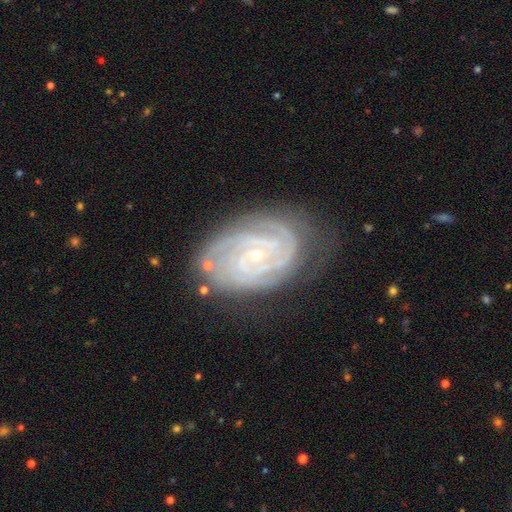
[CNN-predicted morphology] A featured or disk galaxy (89%) with no bar (55%), 3 (27%) tight (79%) spiral arms (98%) and a small central bulge (79%).

Vote fractions:
- Smooth or featured? featured or disk: 89% / star or artifact: 6% / smooth: 5%
- Edge-on disk? no: 97% / yes: 3%
- Bar? no: 55% / weak: 33% / strong: 12%
- Spiral arms? yes: 98% / no: 2%
- Spiral winding? tight: 79% / medium: 19% / loose: 3%
- Spiral arm count? 3: 27% / 2: 21% / 4: 20% / can't tell: 18% / more than 4: 7% / 1: 6%
- Bulge size? small: 79% / moderate: 18% / none: 1% / large: 1% / dominant: 1%
- Merging? none: 72% / minor disturbance: 19% / major disturbance: 7% / merger: 2%